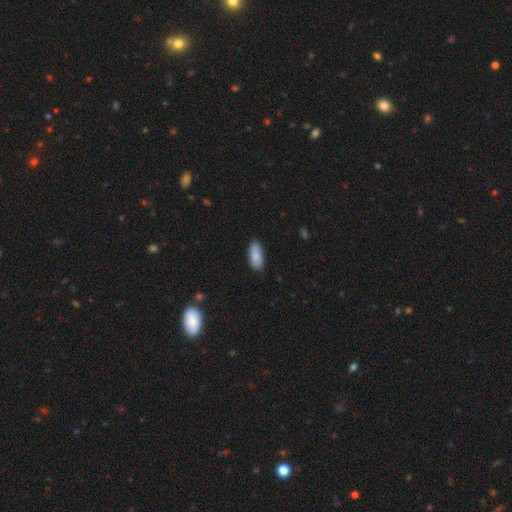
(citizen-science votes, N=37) Smooth or featured?
  - smooth: 89% *
  - featured or disk: 8%
  - star or artifact: 3%
How rounded?
  - in between: 85% *
  - cigar-shaped: 12%
  - round: 3%
Merging?
  - none: 58% *
  - minor disturbance: 31%
  - major disturbance: 6%
  - merger: 6%